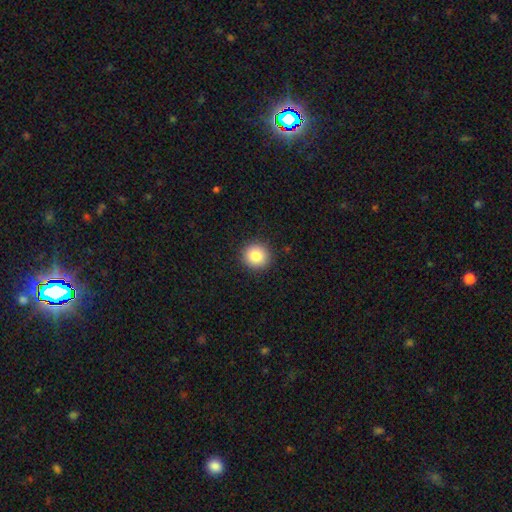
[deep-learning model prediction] Q: Smooth or featured?
A: smooth (83%); runner-up: star or artifact (10%)
Q: How rounded?
A: round (94%); runner-up: in between (5%)
Q: Merging?
A: none (92%); runner-up: minor disturbance (5%)